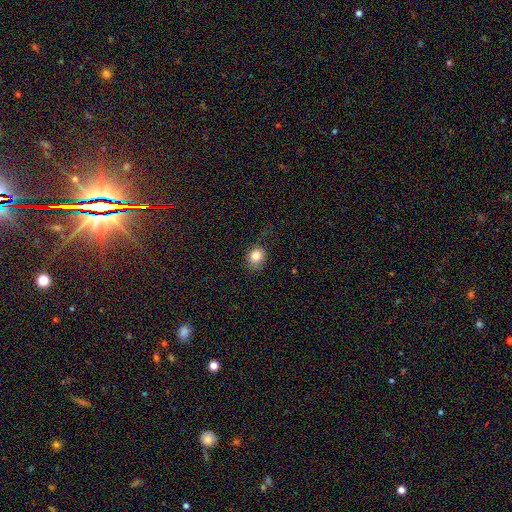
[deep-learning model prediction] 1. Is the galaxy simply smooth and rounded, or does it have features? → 82% smooth, 11% star or artifact, 7% featured or disk.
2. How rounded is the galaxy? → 69% round, 30% in between, 1% cigar-shaped.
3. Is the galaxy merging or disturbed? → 76% none, 18% minor disturbance, 5% major disturbance, 1% merger.